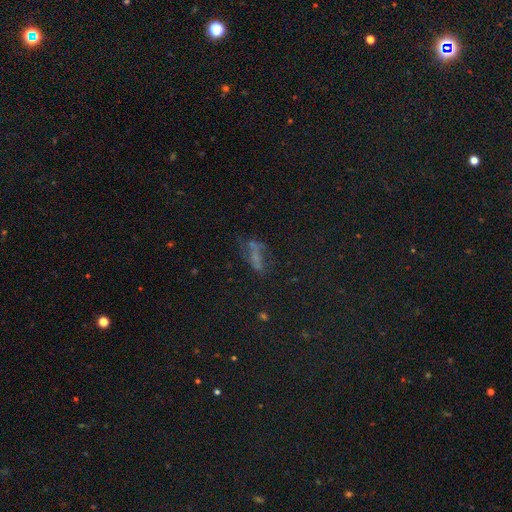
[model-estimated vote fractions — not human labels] A star or artifact, not a galaxy (41%).